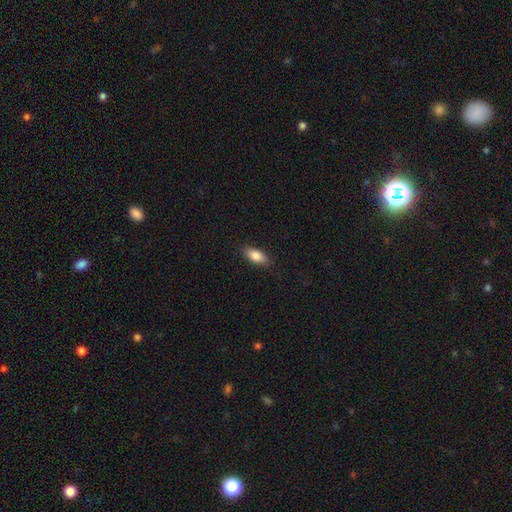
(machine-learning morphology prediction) smooth_or_featured: smooth (p=0.84) [alt: featured or disk p=0.09]
how_rounded: in between (p=0.87) [alt: cigar-shaped p=0.10]
merging: none (p=0.87) [alt: minor disturbance p=0.10]